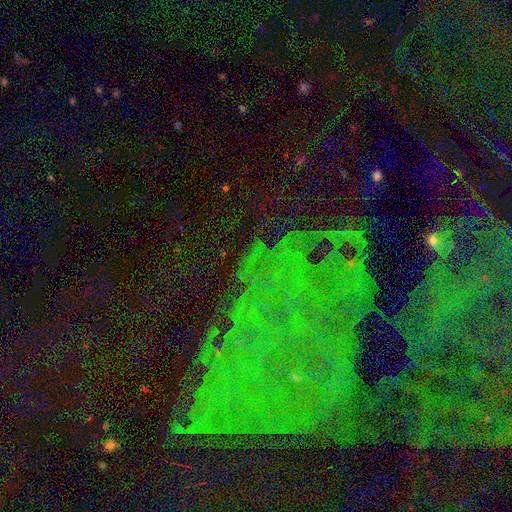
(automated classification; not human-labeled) Morphology: type=star or artifact (73%).